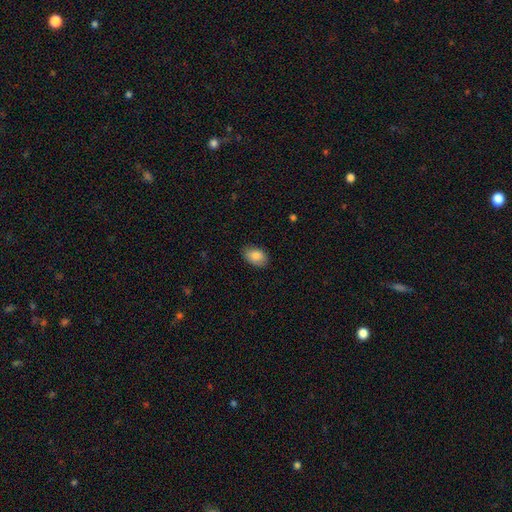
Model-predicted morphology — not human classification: A smooth galaxy with no disk features (86%) that is in between round and cigar-shaped (88%).

Vote fractions:
- Smooth or featured? smooth: 86% / star or artifact: 7% / featured or disk: 7%
- How rounded? in between: 88% / round: 11% / cigar-shaped: 1%
- Merging? none: 83% / minor disturbance: 13% / major disturbance: 3% / merger: 1%